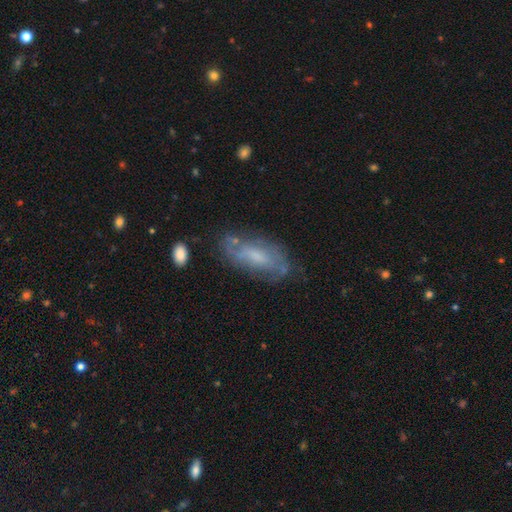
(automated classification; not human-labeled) This appears to be a featured or disk galaxy (53%). Merging: none (65%).